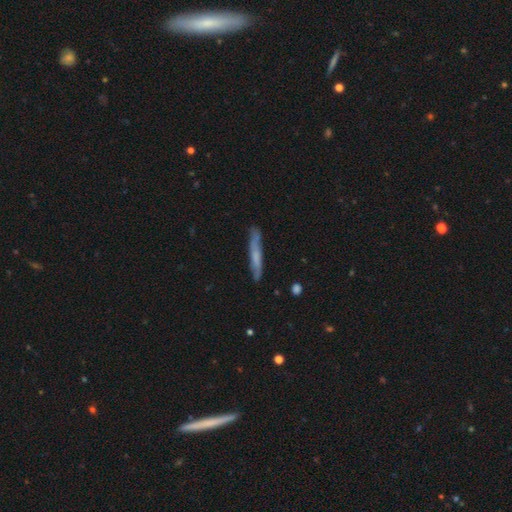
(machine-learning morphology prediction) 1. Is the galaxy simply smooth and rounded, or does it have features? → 52% smooth, 42% featured or disk, 7% star or artifact.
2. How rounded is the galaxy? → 95% cigar-shaped, 4% in between, 1% round.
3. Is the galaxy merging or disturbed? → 81% none, 15% minor disturbance, 3% major disturbance, 2% merger.